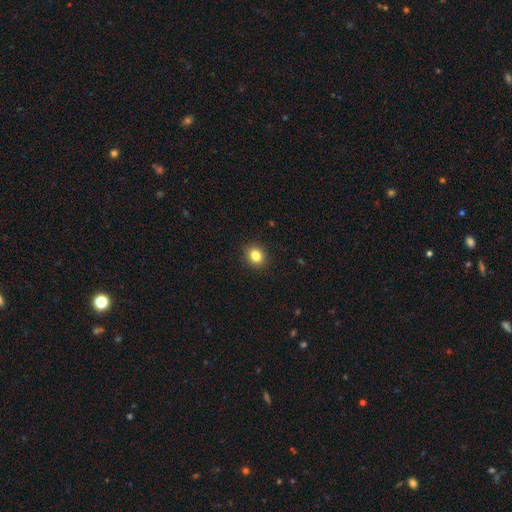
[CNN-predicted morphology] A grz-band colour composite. It shows a smooth galaxy with no disk features (83%) that is round (71%). Merging: none (91%).